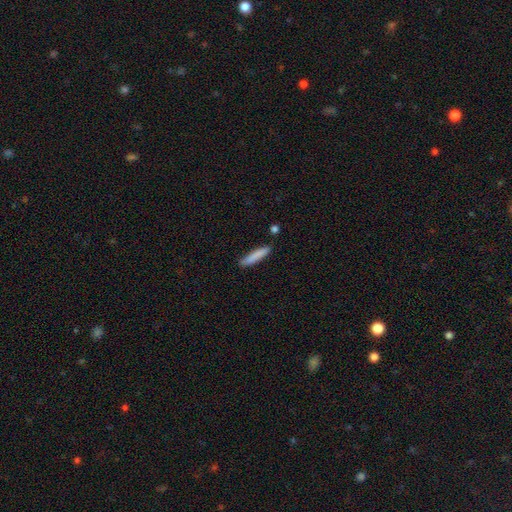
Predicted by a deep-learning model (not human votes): Smooth or featured? Predicted: smooth (p=0.83). How rounded? Predicted: cigar-shaped (p=0.89). Merging? Predicted: none (p=0.84).